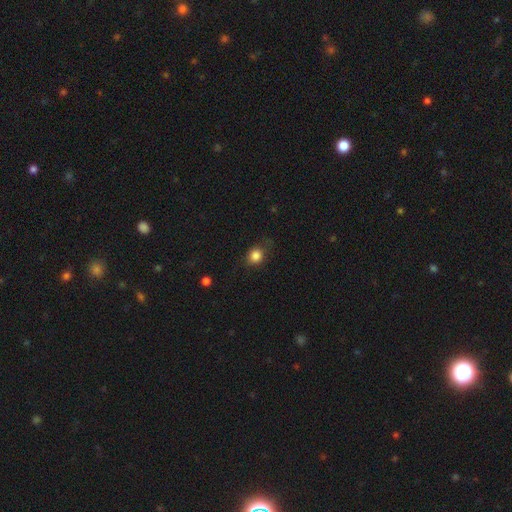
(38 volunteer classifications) Overall: smooth (89%). How rounded: round (76%). Merging: none (71%).